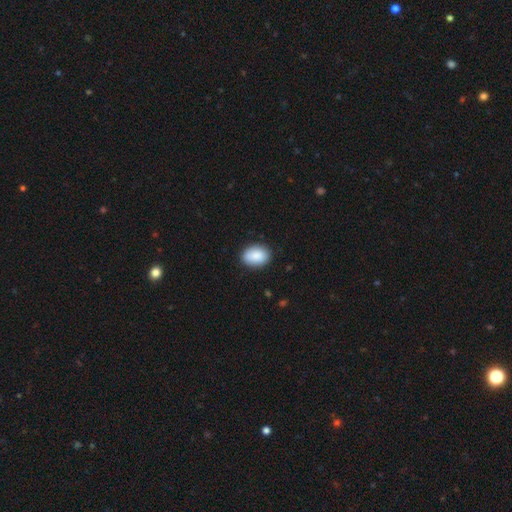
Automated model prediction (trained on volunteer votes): smooth_or_featured: smooth (p=0.89) [alt: star or artifact p=0.06]
how_rounded: in between (p=0.80) [alt: round p=0.19]
merging: none (p=0.87) [alt: minor disturbance p=0.10]